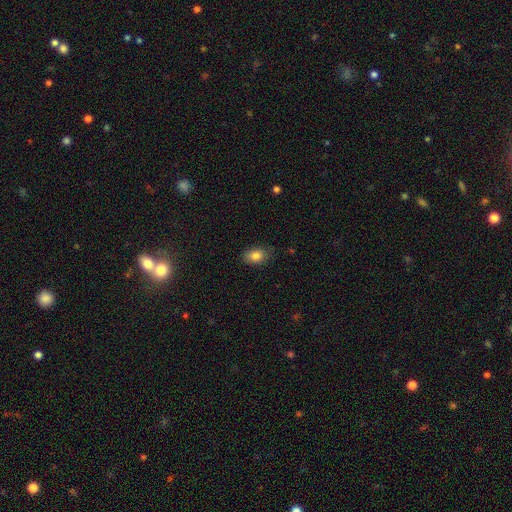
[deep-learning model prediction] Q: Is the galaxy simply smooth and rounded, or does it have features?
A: smooth — 83%.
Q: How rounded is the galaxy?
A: in between — 83%.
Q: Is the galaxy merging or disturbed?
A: none — 81%.